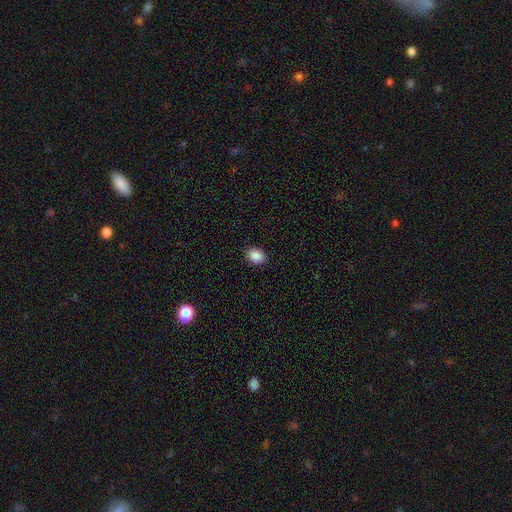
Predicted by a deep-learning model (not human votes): Smooth or featured?
  - smooth: 89% *
  - star or artifact: 8%
  - featured or disk: 3%
How rounded?
  - in between: 56% *
  - round: 43%
  - cigar-shaped: 1%
Merging?
  - none: 88% *
  - minor disturbance: 8%
  - major disturbance: 2%
  - merger: 1%